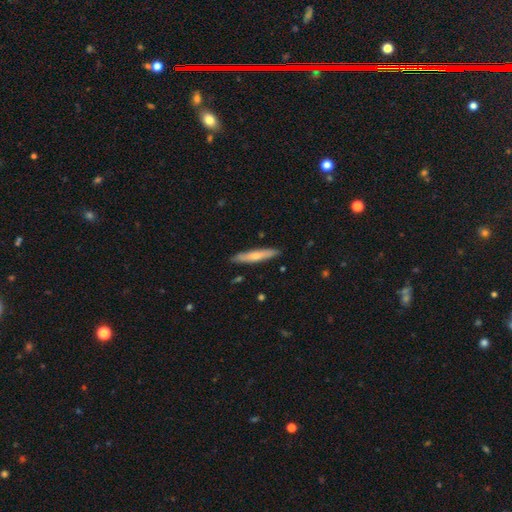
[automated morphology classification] smooth 60%, featured or disk 35%, star or artifact 5%. Down the decision tree: how rounded — cigar-shaped (90%); merging — none (88%).